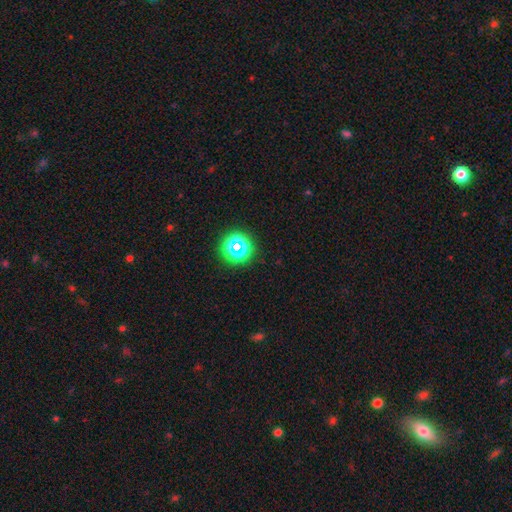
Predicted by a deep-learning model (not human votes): This appears to be a smooth galaxy with no disk features (49%). Merging: none (91%).